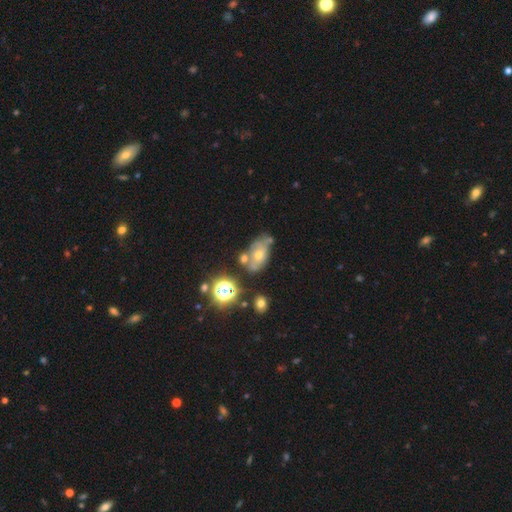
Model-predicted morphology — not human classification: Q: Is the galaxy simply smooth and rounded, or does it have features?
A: featured or disk — 41%.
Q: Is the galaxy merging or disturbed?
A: none — 61%.